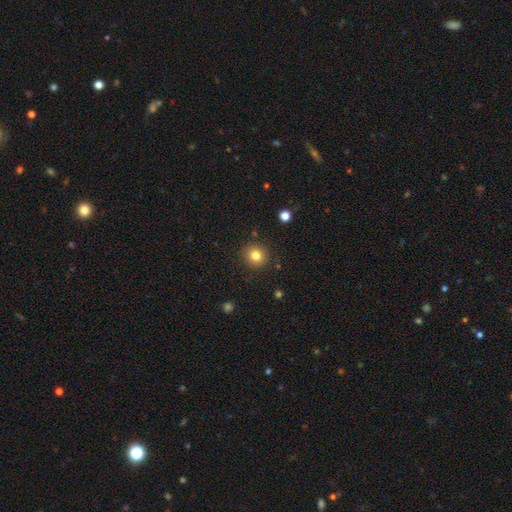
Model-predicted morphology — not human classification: A smooth galaxy with no disk features (82%) that is round (88%). Merging: none (89%).